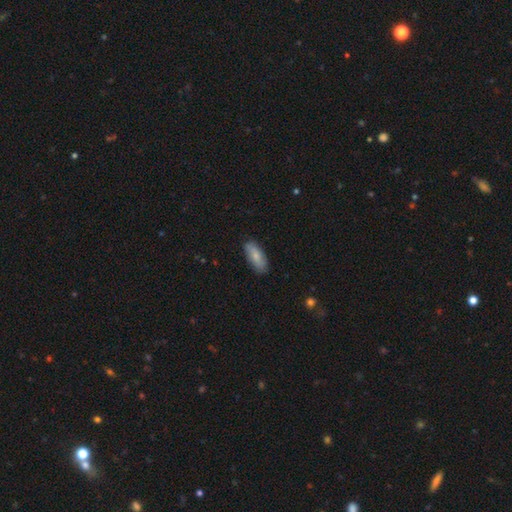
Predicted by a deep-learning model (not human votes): The model was most divided on "smooth or featured": smooth: 76%, featured or disk: 18%, star or artifact: 6%. More confident: merging — none (82%); how rounded — in between (79%).